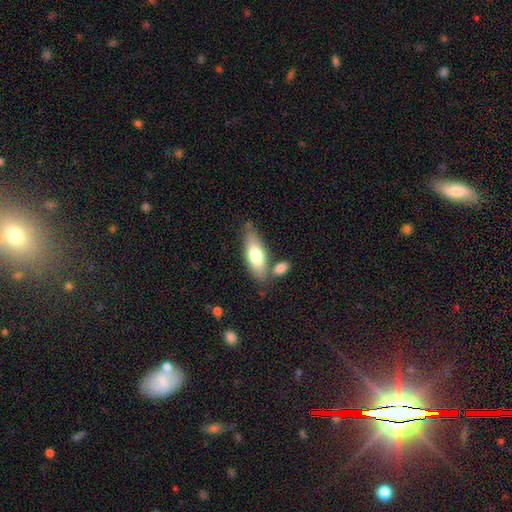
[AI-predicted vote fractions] Smooth or featured: smooth — 70% (featured or disk — 25%)
How rounded: in between — 67% (cigar-shaped — 30%)
Merging: none — 64% (merger — 18%)